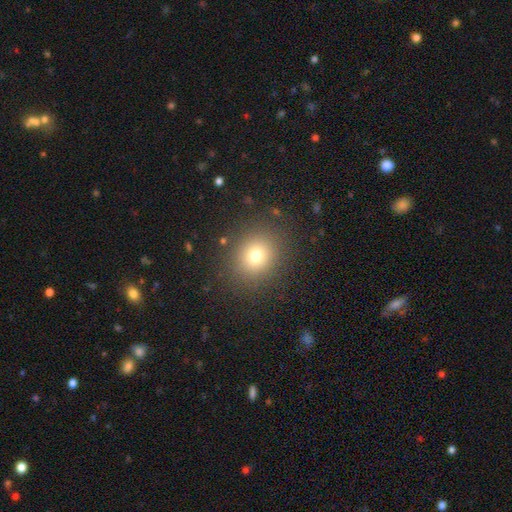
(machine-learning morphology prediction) Smooth or featured? Predicted: smooth (p=0.75). How rounded? Predicted: round (p=0.77). Merging? Predicted: none (p=0.87).